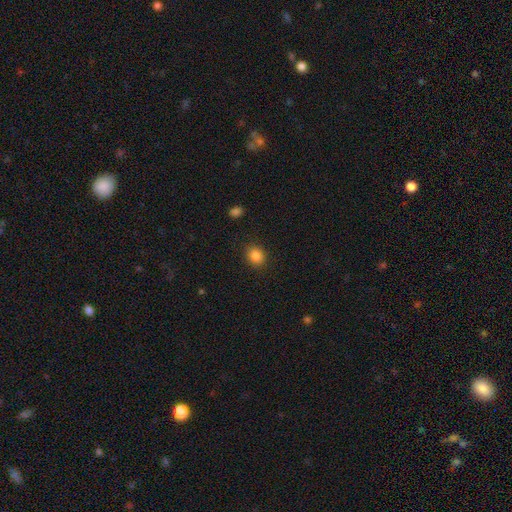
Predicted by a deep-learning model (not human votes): Morphology: type=smooth (86%); roundness=round (61%); merging=none (88%).